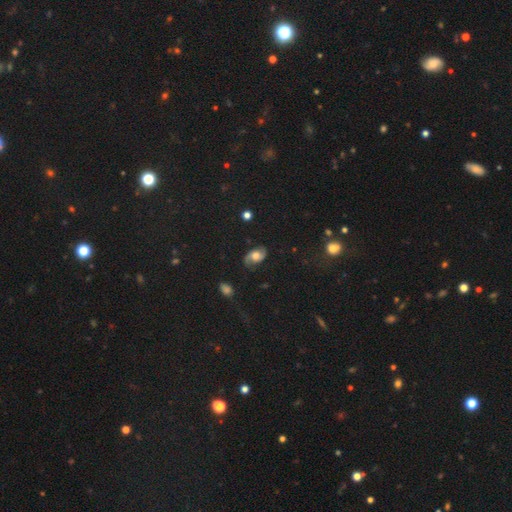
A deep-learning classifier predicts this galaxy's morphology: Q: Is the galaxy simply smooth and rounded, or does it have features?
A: featured or disk — 58%.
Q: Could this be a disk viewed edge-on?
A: no — 95%.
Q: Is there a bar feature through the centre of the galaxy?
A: no — 73%.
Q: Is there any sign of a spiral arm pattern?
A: yes — 86%.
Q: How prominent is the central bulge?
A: moderate — 58%.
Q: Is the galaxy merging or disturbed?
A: none — 75%.